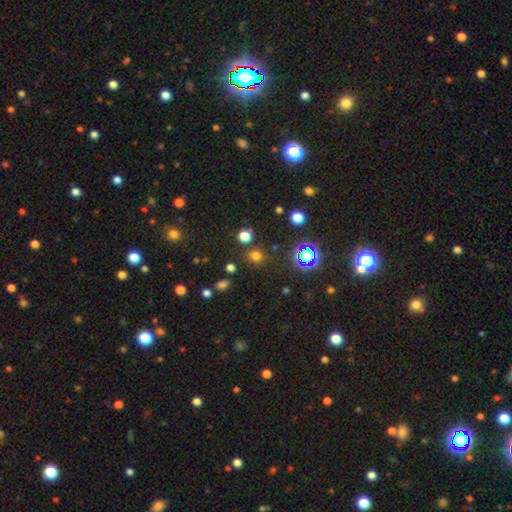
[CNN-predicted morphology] Overall: smooth (68%). How rounded: round (87%). Merging: none (84%).